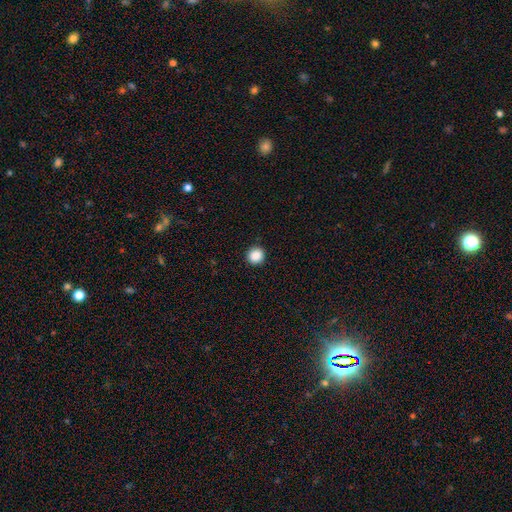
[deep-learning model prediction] smooth-or-featured: smooth: 88% | star or artifact: 9% | featured or disk: 2%
  how-rounded: round: 91% | in between: 8% | cigar-shaped: 1%
  merging: none: 92% | minor disturbance: 6% | major disturbance: 2% | merger: 1%